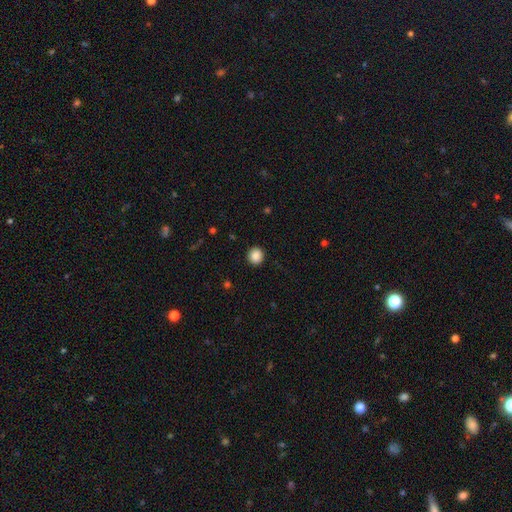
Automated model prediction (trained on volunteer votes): Morphology: type=smooth (88%); roundness=round (89%); merging=none (92%).